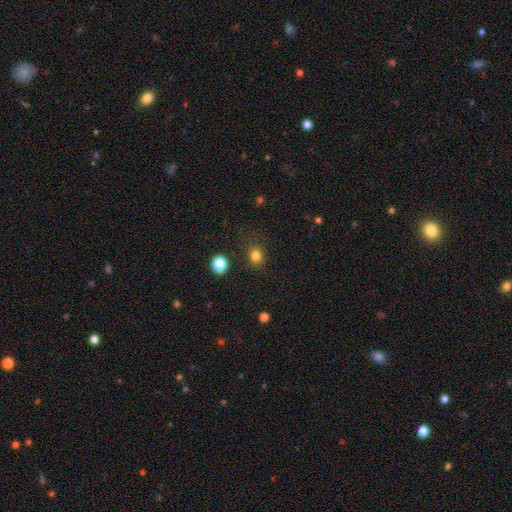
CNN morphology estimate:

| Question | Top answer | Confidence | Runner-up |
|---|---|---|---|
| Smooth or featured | smooth | 80% | star or artifact (15%) |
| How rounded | round | 71% | in between (28%) |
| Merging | none | 81% | minor disturbance (13%) |